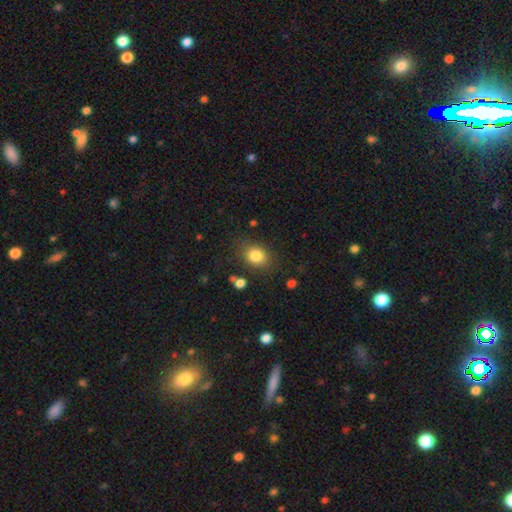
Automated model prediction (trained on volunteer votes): Q: Smooth or featured?
A: smooth (83%); runner-up: star or artifact (10%)
Q: How rounded?
A: in between (50%); runner-up: round (49%)
Q: Merging?
A: none (79%); runner-up: minor disturbance (13%)